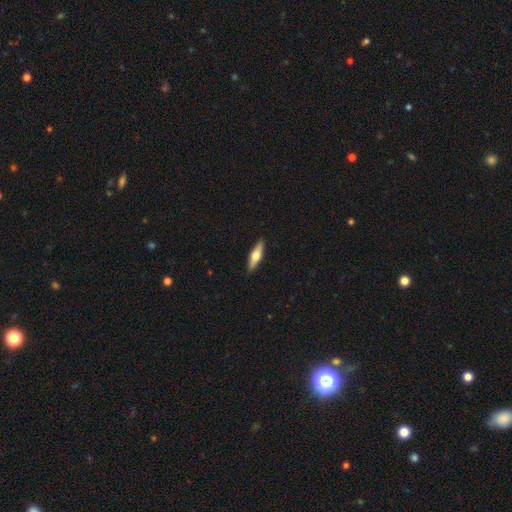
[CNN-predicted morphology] featured or disk 50%, smooth 45%, star or artifact 5%. Down the decision tree: merging — none (90%).